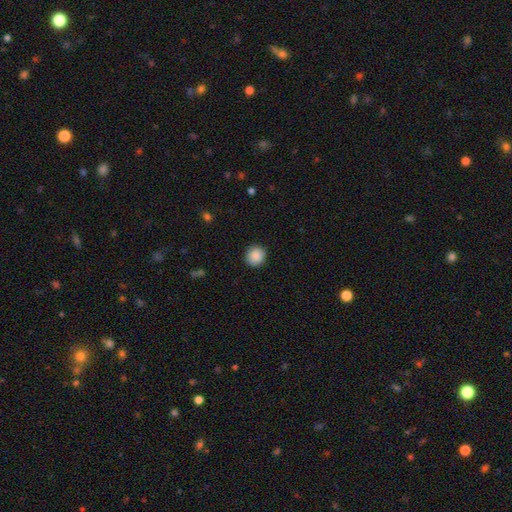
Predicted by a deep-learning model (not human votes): Smooth or featured? smooth (89%)
How rounded? round (87%)
Merging? none (90%)